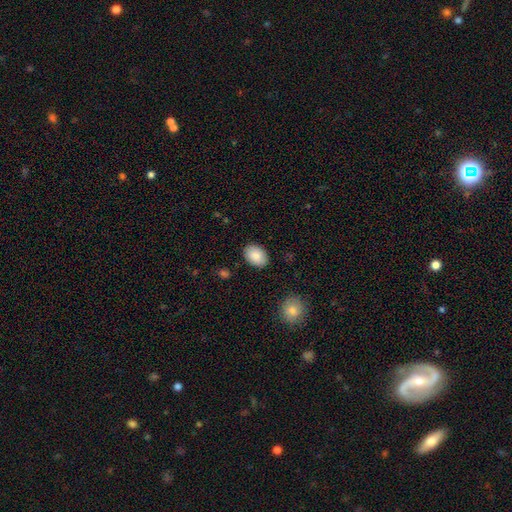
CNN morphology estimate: This appears to be a smooth galaxy with no disk features (88%) that is in between round and cigar-shaped (80%). Merging: none (86%).